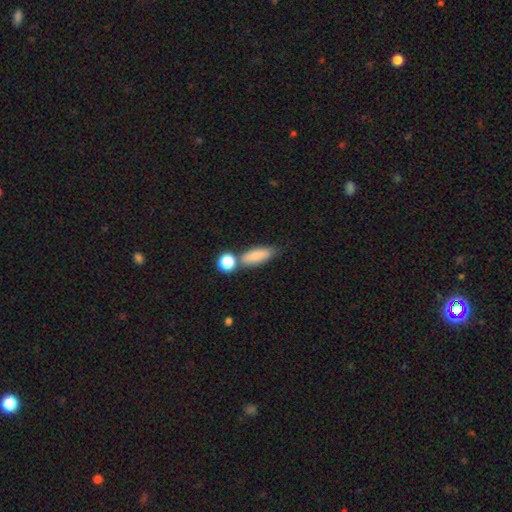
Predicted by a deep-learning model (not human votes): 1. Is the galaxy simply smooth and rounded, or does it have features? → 82% smooth, 10% featured or disk, 8% star or artifact.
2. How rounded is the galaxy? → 64% in between, 30% cigar-shaped, 5% round.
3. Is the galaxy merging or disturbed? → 57% none, 22% merger, 16% minor disturbance, 5% major disturbance.